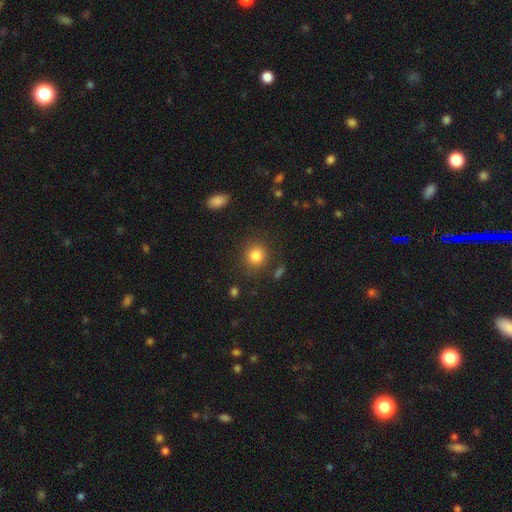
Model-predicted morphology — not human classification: Smooth or featured?
  - smooth: 84% *
  - star or artifact: 11%
  - featured or disk: 6%
How rounded?
  - round: 85% *
  - in between: 14%
  - cigar-shaped: 1%
Merging?
  - none: 84% *
  - minor disturbance: 9%
  - major disturbance: 4%
  - merger: 3%